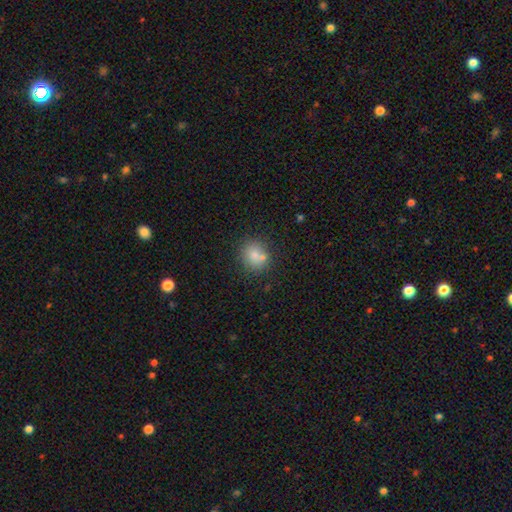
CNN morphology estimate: type=smooth (78%); roundness=round (78%); merging=none (66%).